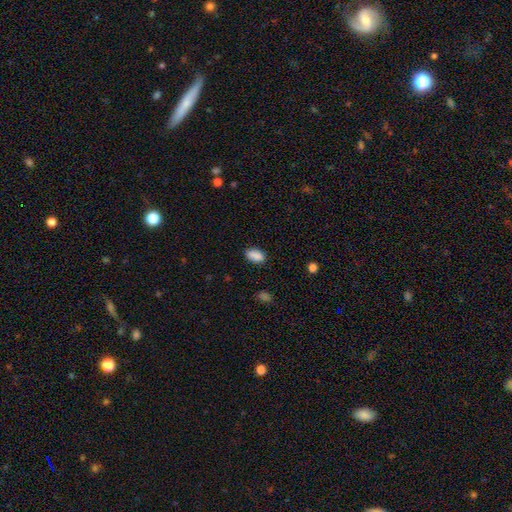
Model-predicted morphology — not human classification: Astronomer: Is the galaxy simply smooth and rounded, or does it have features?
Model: smooth — 88%.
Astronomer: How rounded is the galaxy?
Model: in between — 91%.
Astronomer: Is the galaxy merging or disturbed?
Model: none — 81%.